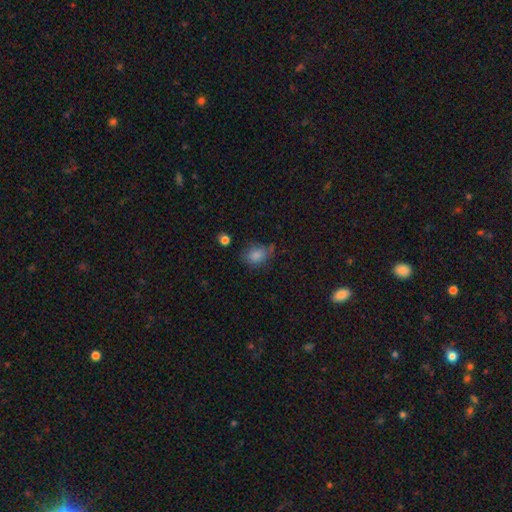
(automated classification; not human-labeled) smooth 81%, star or artifact 11%, featured or disk 8%. Down the decision tree: how rounded — in between (57%); merging — none (62%).